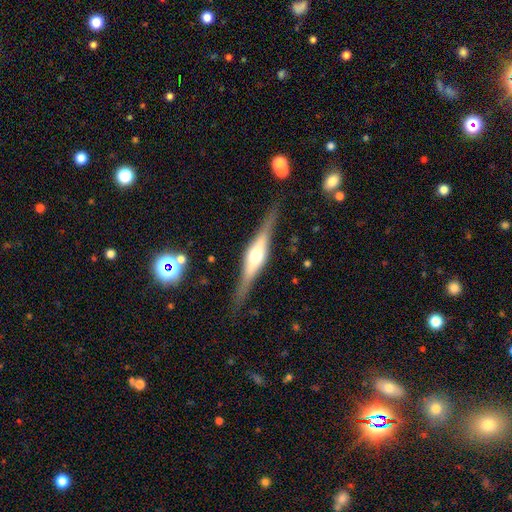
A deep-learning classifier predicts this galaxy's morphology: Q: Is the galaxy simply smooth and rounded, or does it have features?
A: featured or disk — 76%.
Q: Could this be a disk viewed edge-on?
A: yes — 96%.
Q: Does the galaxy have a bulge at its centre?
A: rounded — 88%.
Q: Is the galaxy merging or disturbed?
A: none — 85%.